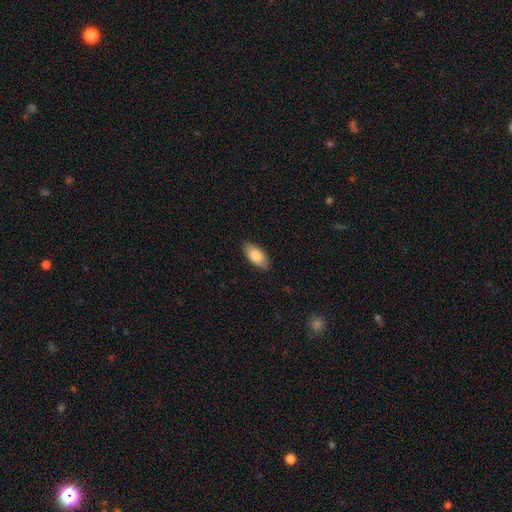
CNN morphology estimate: Overall: smooth (82%). How rounded: in between (90%). Merging: none (86%).